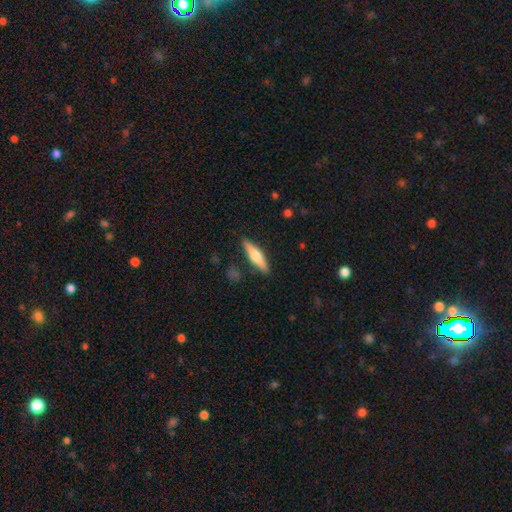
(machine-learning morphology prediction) A smooth galaxy with no disk features (52%) that is cigar-shaped (77%).

Vote fractions:
- Smooth or featured? smooth: 52% / featured or disk: 42% / star or artifact: 6%
- How rounded? cigar-shaped: 77% / in between: 21% / round: 2%
- Merging? none: 87% / minor disturbance: 9% / major disturbance: 2% / merger: 2%